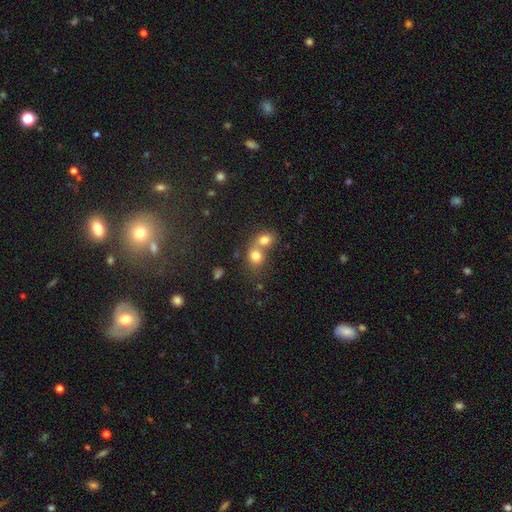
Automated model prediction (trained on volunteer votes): A smooth galaxy with no disk features (77%) that is round (62%). Merging: merger (63%).